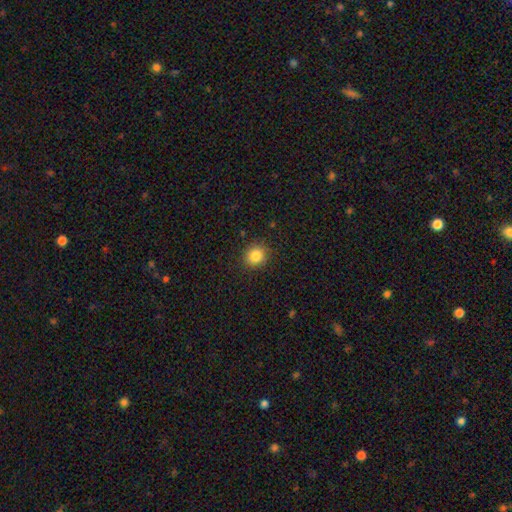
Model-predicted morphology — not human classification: The model was most divided on "how rounded": round: 79%, in between: 20%, cigar-shaped: 1%. More confident: merging — none (88%); smooth or featured — smooth (84%).